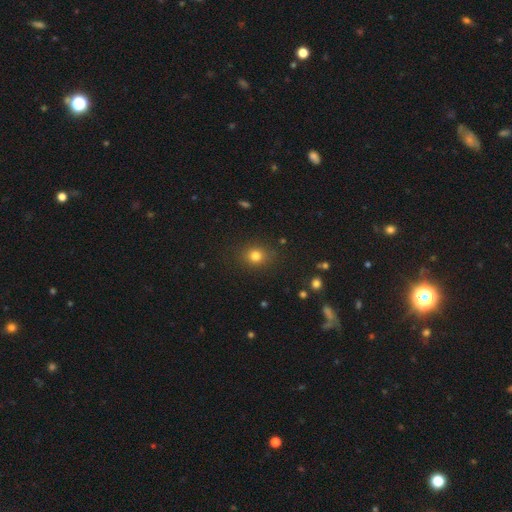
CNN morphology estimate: smooth_or_featured: smooth (p=0.79) [alt: star or artifact p=0.14]
how_rounded: round (p=0.74) [alt: in between p=0.25]
merging: none (p=0.86) [alt: minor disturbance p=0.10]